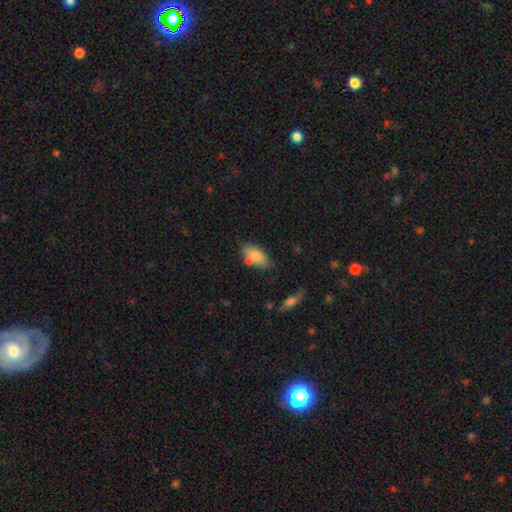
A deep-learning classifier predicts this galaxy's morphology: This is likely a smooth galaxy (79%). How rounded: clearly in between (88%). Merging: likely none (66%).